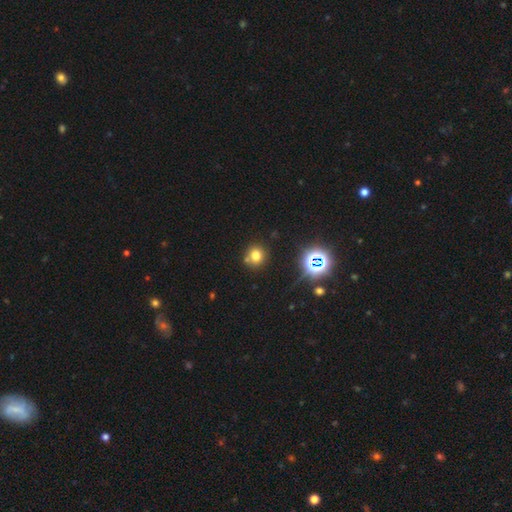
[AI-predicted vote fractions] A smooth galaxy with no disk features (70%) that is round (88%). Merging: none (72%).